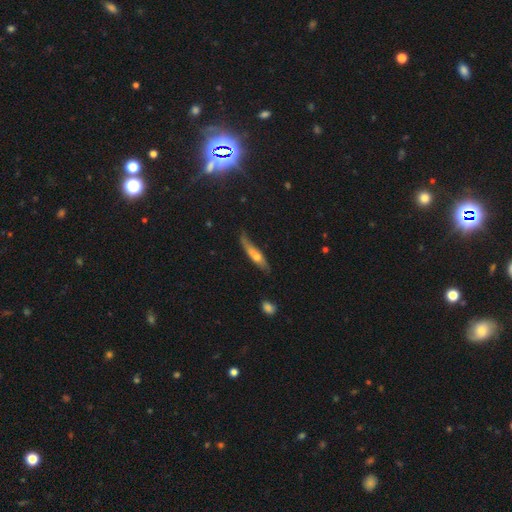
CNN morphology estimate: smooth 50%, featured or disk 43%, star or artifact 7%. Down the decision tree: how rounded — cigar-shaped (83%); merging — none (57%).